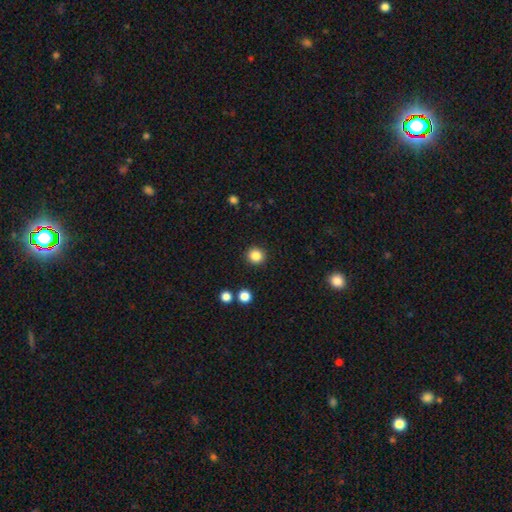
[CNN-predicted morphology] smooth-or-featured: smooth: 85% | star or artifact: 11% | featured or disk: 4%
  how-rounded: round: 92% | in between: 7% | cigar-shaped: 1%
  merging: none: 92% | minor disturbance: 5% | major disturbance: 2% | merger: 1%